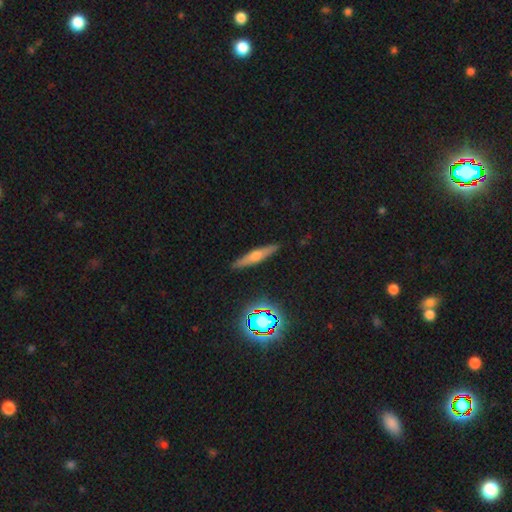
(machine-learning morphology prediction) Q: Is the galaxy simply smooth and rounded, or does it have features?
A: featured or disk — 49%.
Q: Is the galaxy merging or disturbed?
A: none — 89%.